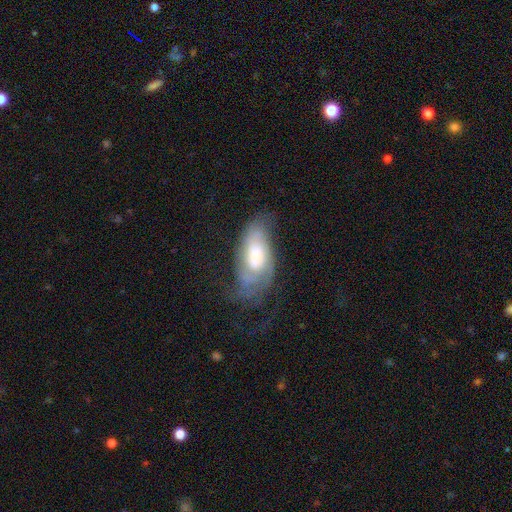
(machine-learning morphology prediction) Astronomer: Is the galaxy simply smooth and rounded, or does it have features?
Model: featured or disk — 60%.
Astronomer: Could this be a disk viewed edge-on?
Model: no — 91%.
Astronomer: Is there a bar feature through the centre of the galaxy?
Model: no — 58% (runner-up: weak, 34%).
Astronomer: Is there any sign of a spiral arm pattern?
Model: yes — 84%.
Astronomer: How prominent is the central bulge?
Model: moderate — 39%, tied with large at 39%.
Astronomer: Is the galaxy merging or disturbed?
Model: none — 44% (runner-up: minor disturbance, 29%).